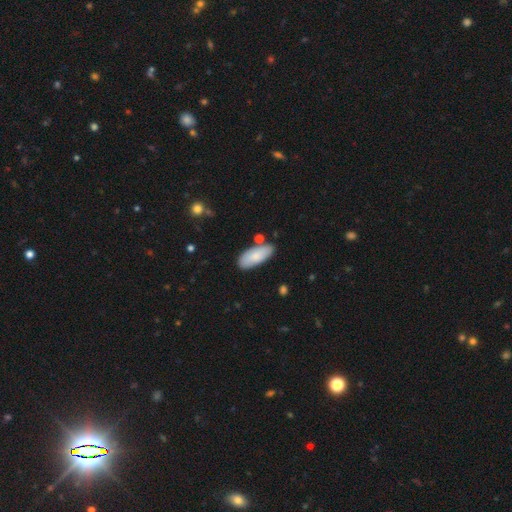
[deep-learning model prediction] smooth-or-featured: smooth: 81% | featured or disk: 14% | star or artifact: 6%
  how-rounded: in between: 83% | cigar-shaped: 15% | round: 2%
  merging: none: 78% | minor disturbance: 14% | merger: 5% | major disturbance: 3%